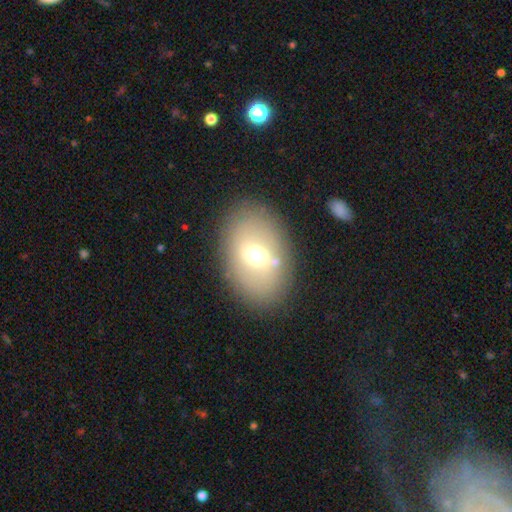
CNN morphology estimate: smooth 53%, featured or disk 37%, star or artifact 10%. Down the decision tree: how rounded — in between (82%); merging — none (82%).